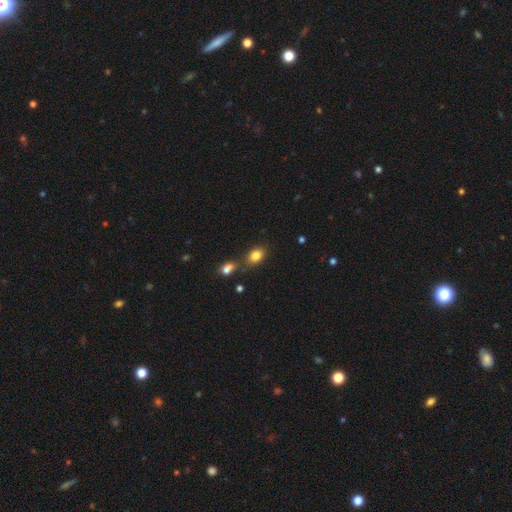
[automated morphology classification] smooth_or_featured: smooth (p=0.83) [alt: star or artifact p=0.10]
how_rounded: in between (p=0.76) [alt: round p=0.22]
merging: none (p=0.65) [alt: merger p=0.18]